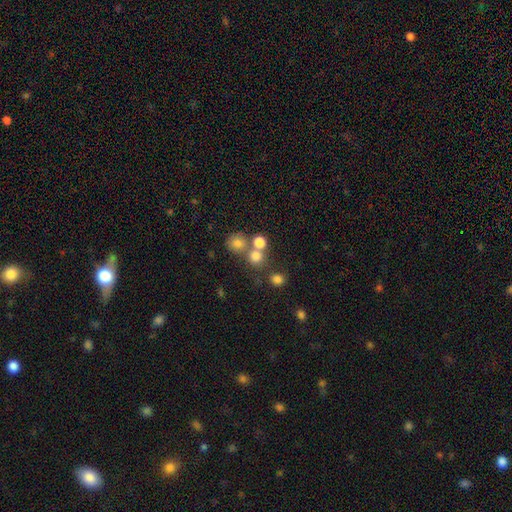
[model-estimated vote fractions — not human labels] Smooth or featured? Predicted: smooth (p=0.73). How rounded? Predicted: round (p=0.87). Merging? Predicted: none (p=0.55).